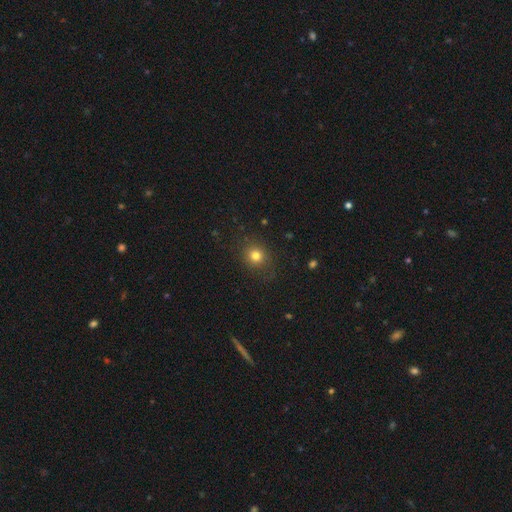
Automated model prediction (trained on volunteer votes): This appears to be a smooth galaxy with no disk features (78%) that is round (85%). Merging: none (85%).